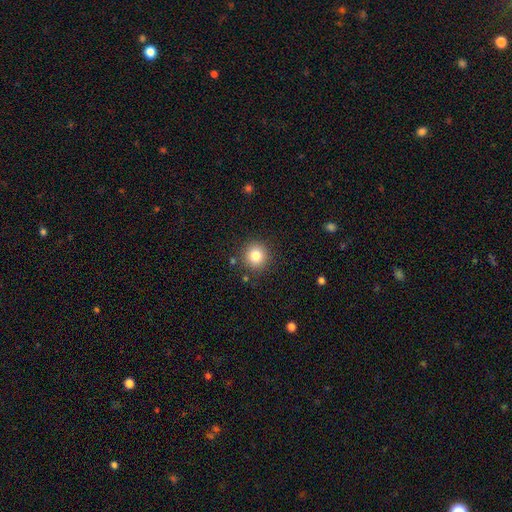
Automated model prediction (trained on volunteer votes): A smooth galaxy with no disk features (84%) that is round (91%).

Vote fractions:
- Smooth or featured? smooth: 84% / star or artifact: 11% / featured or disk: 6%
- How rounded? round: 91% / in between: 8% / cigar-shaped: 1%
- Merging? none: 88% / minor disturbance: 8% / major disturbance: 3% / merger: 2%